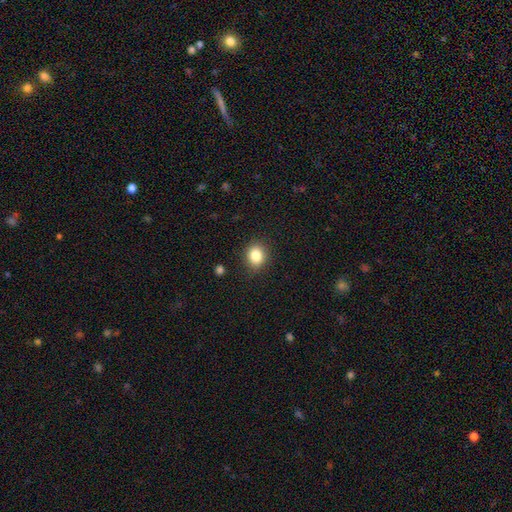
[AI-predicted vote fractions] The model was most divided on "how rounded": round: 68%, in between: 31%, cigar-shaped: 1%. More confident: merging — none (86%); smooth or featured — smooth (85%).